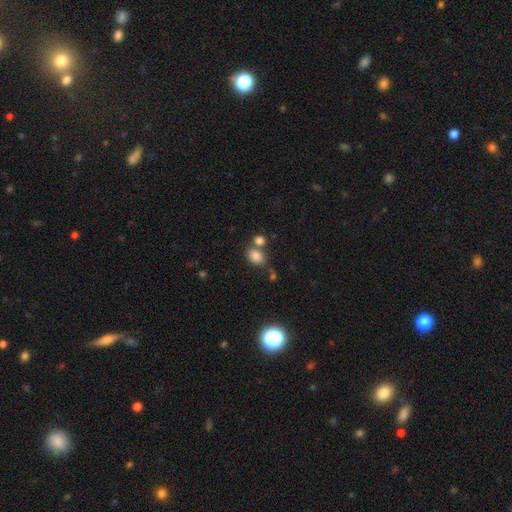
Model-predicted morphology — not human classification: A smooth galaxy with no disk features (83%) that is in between round and cigar-shaped (71%). Merging: none (51%).